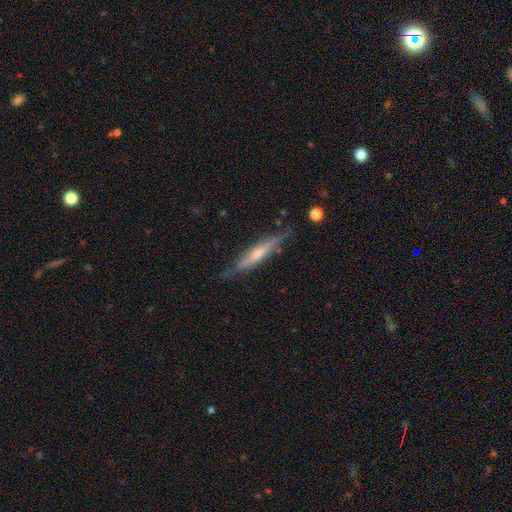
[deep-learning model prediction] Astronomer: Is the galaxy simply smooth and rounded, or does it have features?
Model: featured or disk — 66%.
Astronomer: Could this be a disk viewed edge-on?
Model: yes — 94%.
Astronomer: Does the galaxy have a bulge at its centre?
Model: rounded — 70%.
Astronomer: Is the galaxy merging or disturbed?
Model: none — 79%.